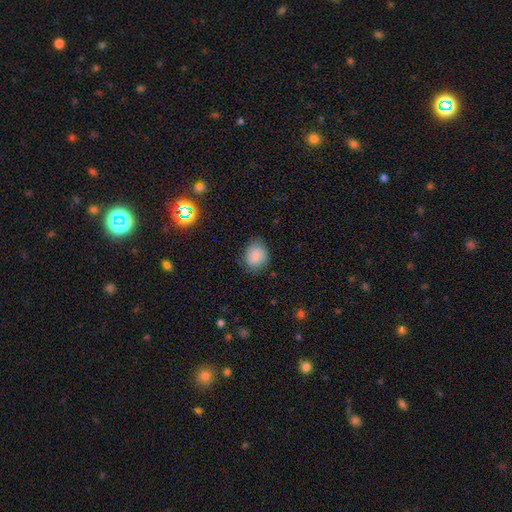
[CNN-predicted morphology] Overall: smooth (83%). How rounded: round (60%; in between 39%). Merging: none (75%).